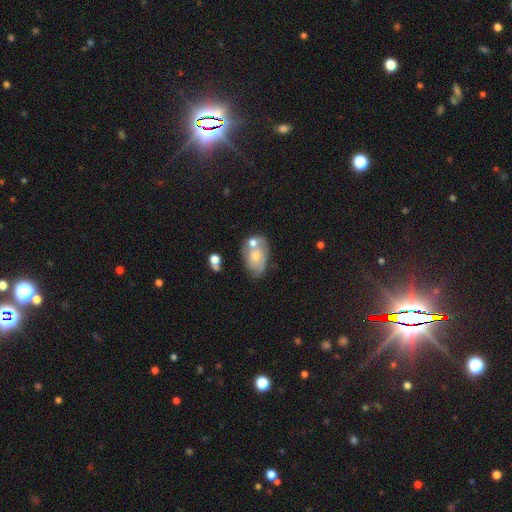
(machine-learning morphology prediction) Overall: featured or disk (55%; smooth 35%). Edge-on disk: no (96%). Bar: no (78%). Spiral arms: yes (69%; no 31%). Bulge size: moderate (53%; small 39%). Merging: none (41%; merger 30%).